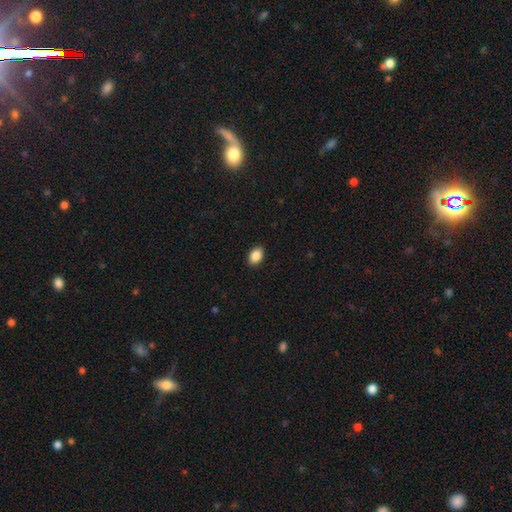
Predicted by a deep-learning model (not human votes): Smooth or featured: smooth — 88% (star or artifact — 8%)
How rounded: in between — 83% (round — 16%)
Merging: none — 91% (minor disturbance — 7%)